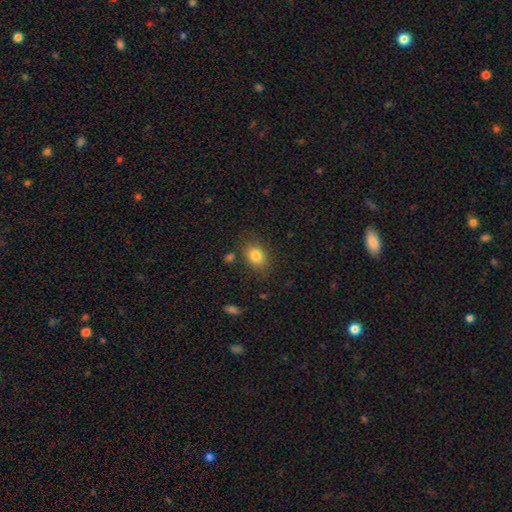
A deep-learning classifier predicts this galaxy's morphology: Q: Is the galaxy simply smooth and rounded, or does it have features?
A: smooth — 82%.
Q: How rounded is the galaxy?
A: in between — 69%.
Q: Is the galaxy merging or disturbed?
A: none — 78%.